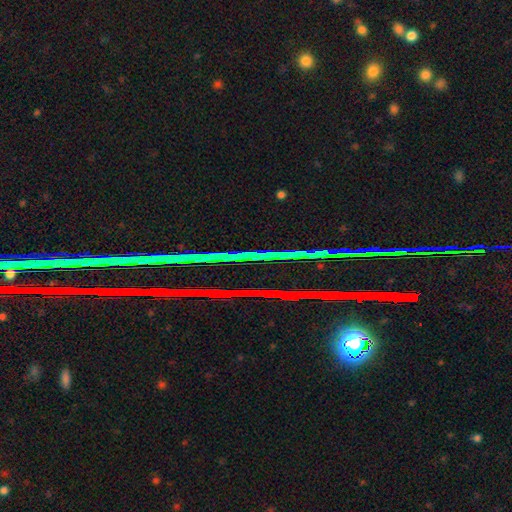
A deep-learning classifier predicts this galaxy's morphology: Overall: star or artifact (85%).